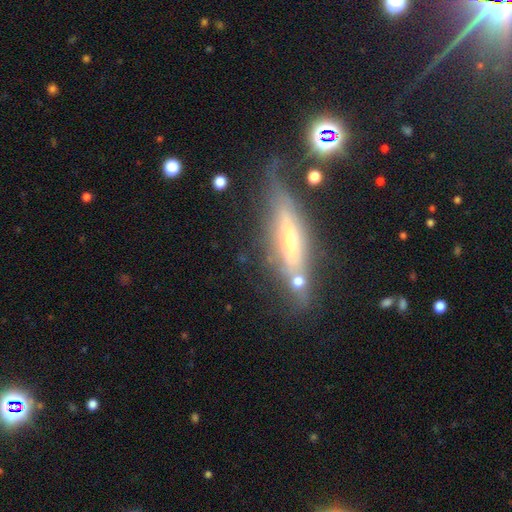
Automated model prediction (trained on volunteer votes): smooth_or_featured: featured or disk (p=0.68) [alt: smooth p=0.21]
disk_edge_on: yes (p=0.80) [alt: no p=0.20]
edge_on_bulge: rounded (p=0.55) [alt: none p=0.31]
merging: none (p=0.63) [alt: minor disturbance p=0.21]